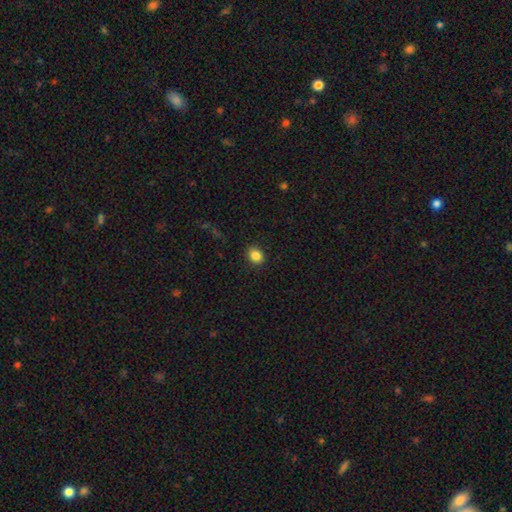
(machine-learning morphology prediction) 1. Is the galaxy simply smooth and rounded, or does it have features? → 86% smooth, 10% star or artifact, 4% featured or disk.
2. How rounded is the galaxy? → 51% in between, 48% round, 1% cigar-shaped.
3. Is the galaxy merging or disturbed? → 89% none, 8% minor disturbance, 2% major disturbance, 1% merger.